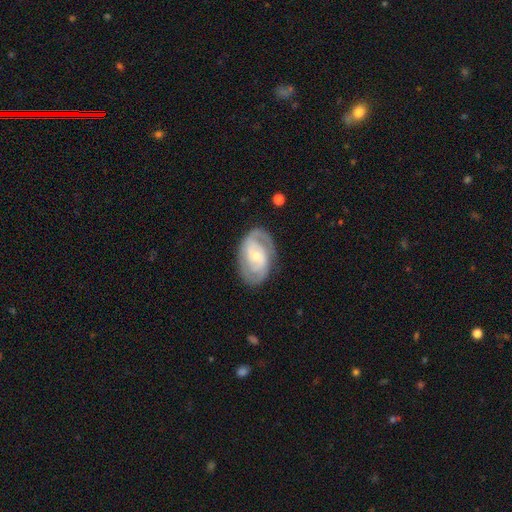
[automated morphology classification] featured or disk 82%, smooth 13%, star or artifact 5%. Down the decision tree: edge-on disk — no (96%); bar — no (44%); spiral arms — yes (93%); spiral arm count — 2 (73%); spiral winding — tight (46%); bulge size — small (50%); merging — none (78%).